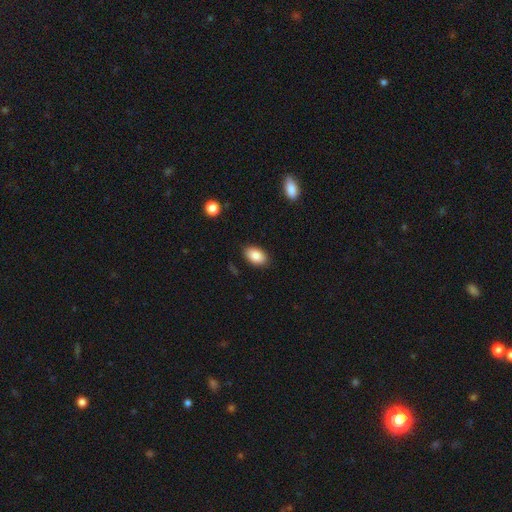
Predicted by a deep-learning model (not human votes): This is clearly a smooth galaxy (87%). How rounded: clearly in between (92%). Merging: clearly none (87%).